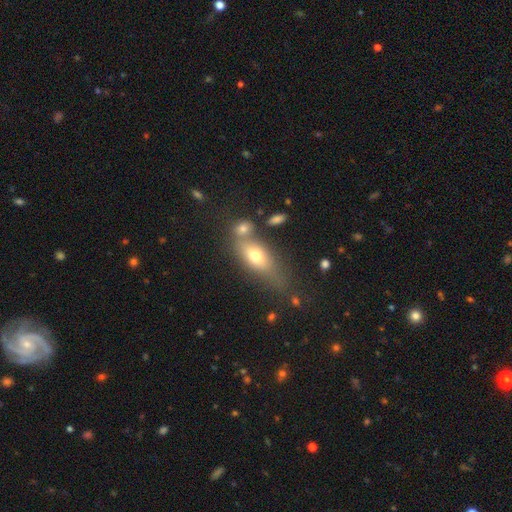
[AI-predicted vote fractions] Overall: smooth (67%). How rounded: in between (72%). Merging: none (44%; merger 26%).